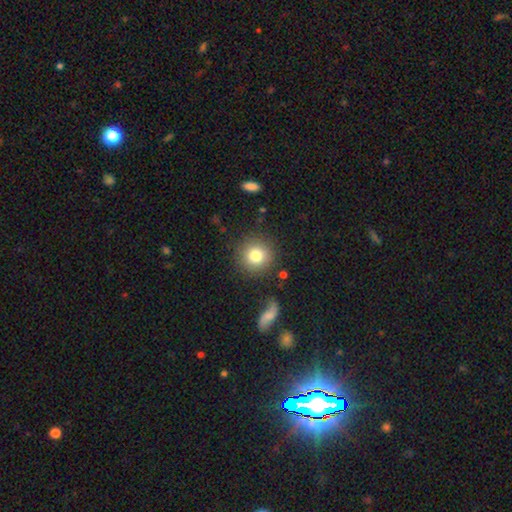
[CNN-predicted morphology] Smooth or featured?
  - smooth: 80% *
  - featured or disk: 10%
  - star or artifact: 10%
How rounded?
  - round: 92% *
  - in between: 7%
  - cigar-shaped: 1%
Merging?
  - none: 85% *
  - minor disturbance: 9%
  - major disturbance: 3%
  - merger: 3%